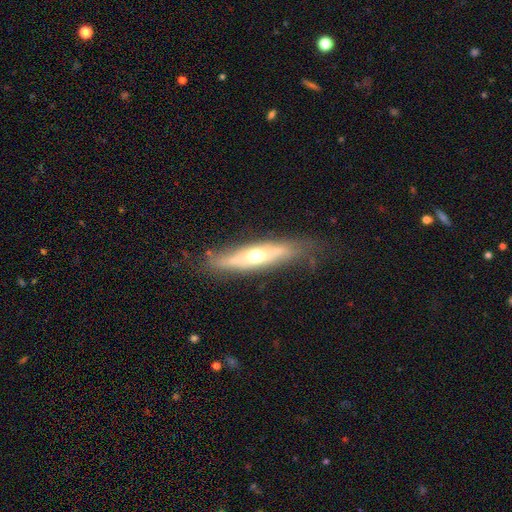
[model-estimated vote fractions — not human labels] featured or disk 59%, smooth 35%, star or artifact 6%. Down the decision tree: edge-on disk — yes (61%); merging — none (68%).